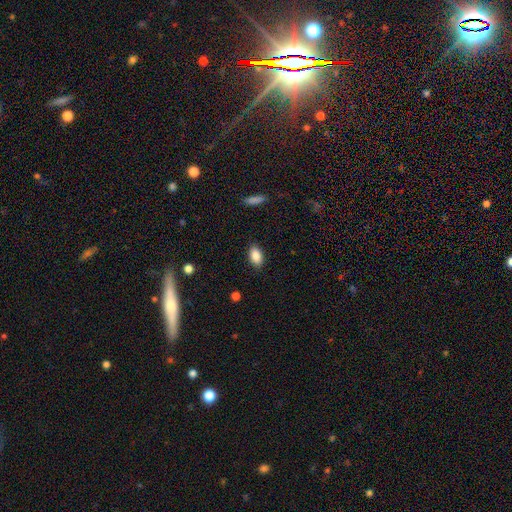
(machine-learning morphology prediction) Smooth or featured? Predicted: smooth (p=0.88). How rounded? Predicted: in between (p=0.91). Merging? Predicted: none (p=0.87).